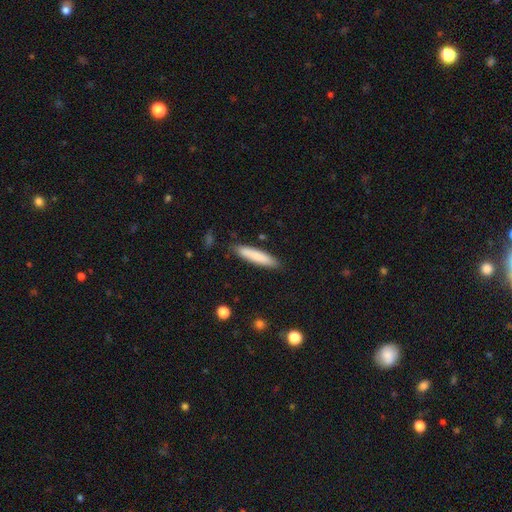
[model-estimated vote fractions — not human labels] This appears to be a smooth galaxy with no disk features (82%) that is cigar-shaped (85%). Merging: none (86%).